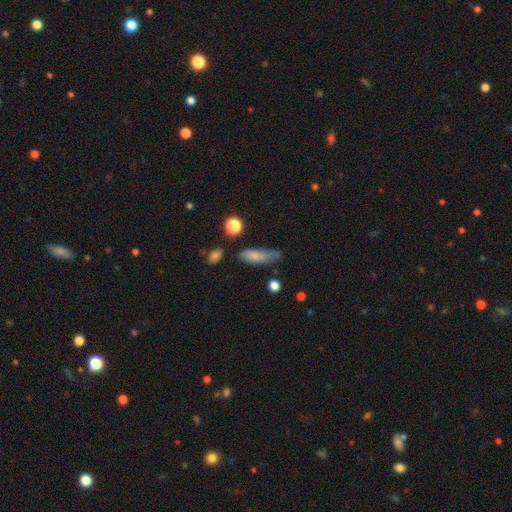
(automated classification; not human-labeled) smooth_or_featured: smooth (p=0.75) [alt: featured or disk p=0.15]
how_rounded: cigar-shaped (p=0.50) [alt: in between p=0.46]
merging: none (p=0.55) [alt: minor disturbance p=0.29]